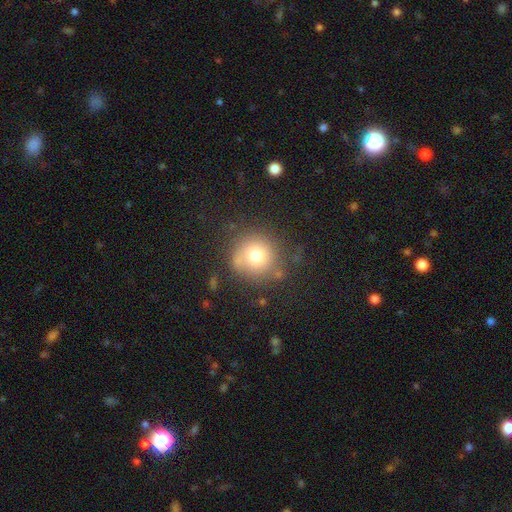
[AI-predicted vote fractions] Morphology: type=smooth (74%); roundness=round (93%); merging=none (74%).